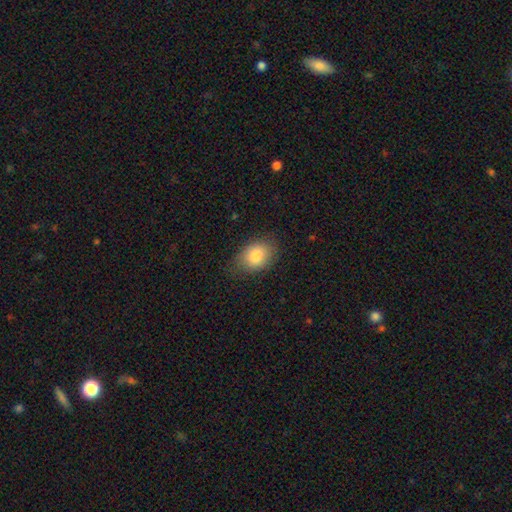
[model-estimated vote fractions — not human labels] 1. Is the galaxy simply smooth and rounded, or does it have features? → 84% smooth, 9% featured or disk, 8% star or artifact.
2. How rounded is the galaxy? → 74% in between, 24% round, 1% cigar-shaped.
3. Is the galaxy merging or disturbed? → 77% none, 18% minor disturbance, 4% major disturbance, 1% merger.